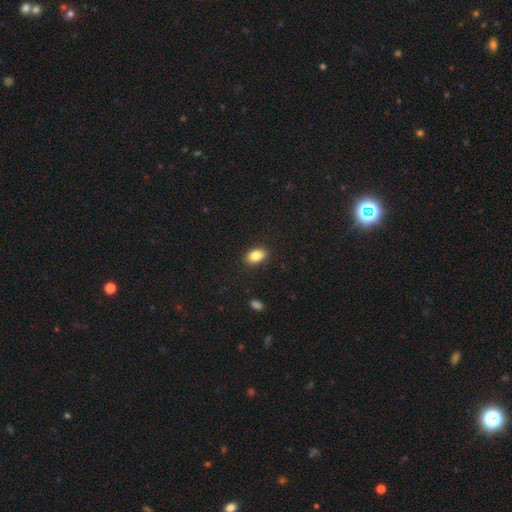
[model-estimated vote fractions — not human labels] Smooth or featured? smooth (83%)
How rounded? in between (86%)
Merging? none (88%)